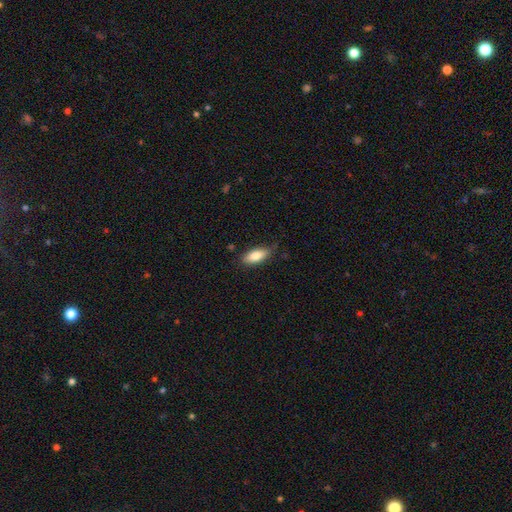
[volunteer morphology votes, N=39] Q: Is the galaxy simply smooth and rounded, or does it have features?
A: smooth — 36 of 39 (92%).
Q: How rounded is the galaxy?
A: in between — 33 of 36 (92%).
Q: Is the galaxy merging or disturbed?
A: none — 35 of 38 (92%).